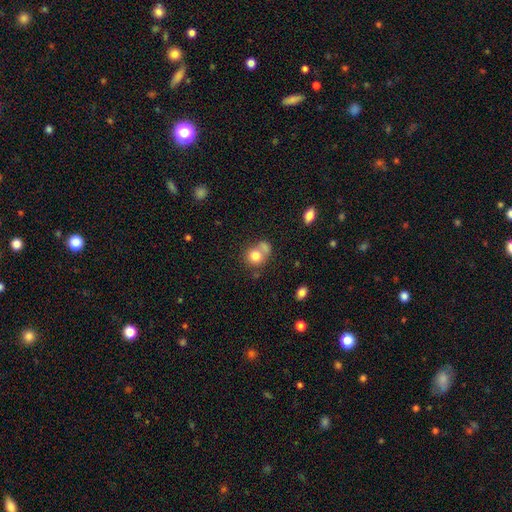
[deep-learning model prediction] smooth-or-featured: smooth: 78% | featured or disk: 12% | star or artifact: 10%
  how-rounded: round: 76% | in between: 23% | cigar-shaped: 1%
  merging: none: 41% | merger: 39% | minor disturbance: 13% | major disturbance: 7%